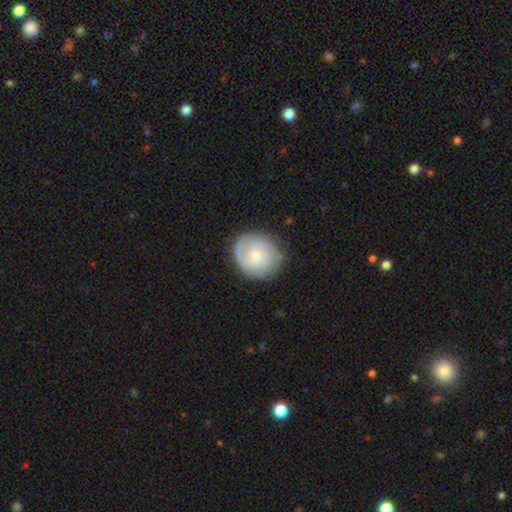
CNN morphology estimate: Smooth or featured? featured or disk (71%)
Edge-on disk? no (98%)
Bar? no (70%)
Spiral arms? yes (94%)
Spiral winding? tight (54%)
Spiral arm count? 2 (34%)
Bulge size? small (70%)
Merging? none (81%)